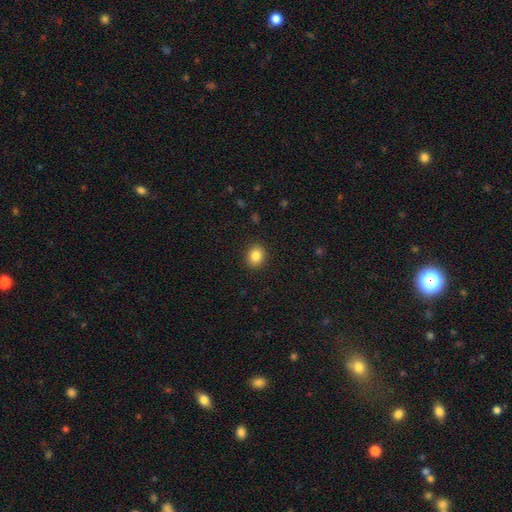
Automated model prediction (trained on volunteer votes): Morphology: type=smooth (85%); roundness=round (66%); merging=none (91%).